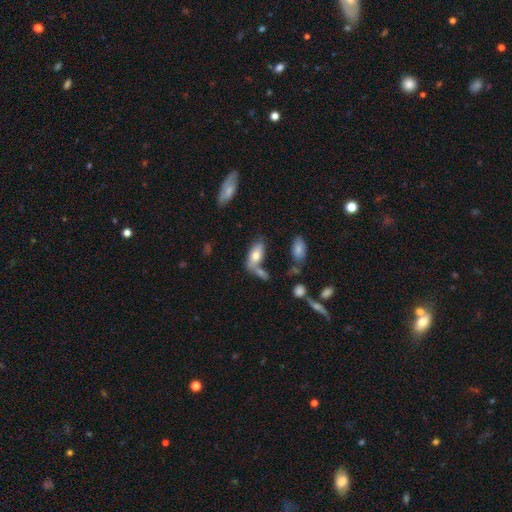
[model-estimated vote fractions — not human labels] Morphology: type=smooth (72%); roundness=in between (83%); merging=none (46%).